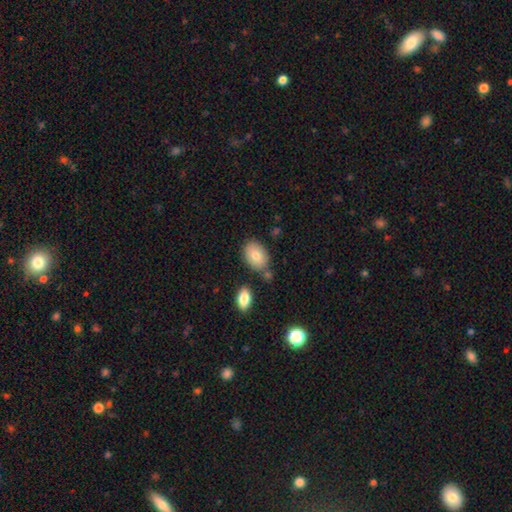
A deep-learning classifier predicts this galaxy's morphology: Smooth or featured?
  - smooth: 80% *
  - featured or disk: 13%
  - star or artifact: 8%
How rounded?
  - in between: 85% *
  - round: 14%
  - cigar-shaped: 1%
Merging?
  - none: 73% *
  - minor disturbance: 14%
  - merger: 10%
  - major disturbance: 3%